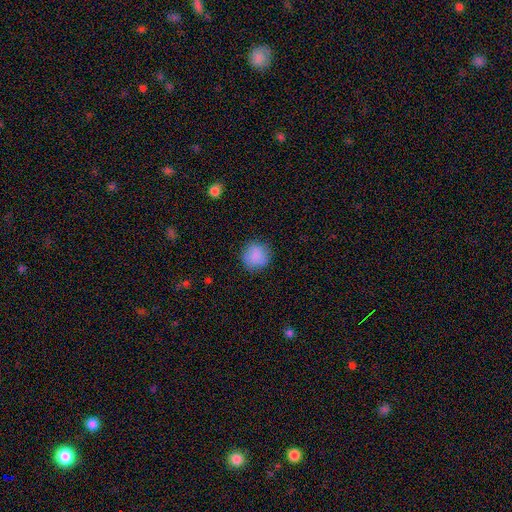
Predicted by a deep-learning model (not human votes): Overall: smooth (86%). How rounded: round (91%). Merging: none (83%).